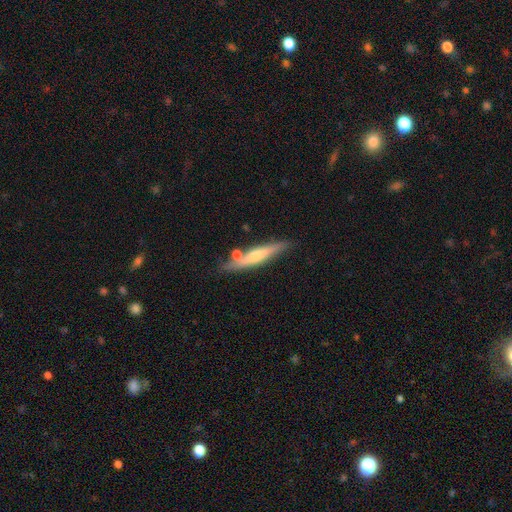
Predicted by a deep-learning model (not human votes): Smooth or featured: featured or disk — 50% (smooth — 44%)
Merging: none — 70% (minor disturbance — 14%)